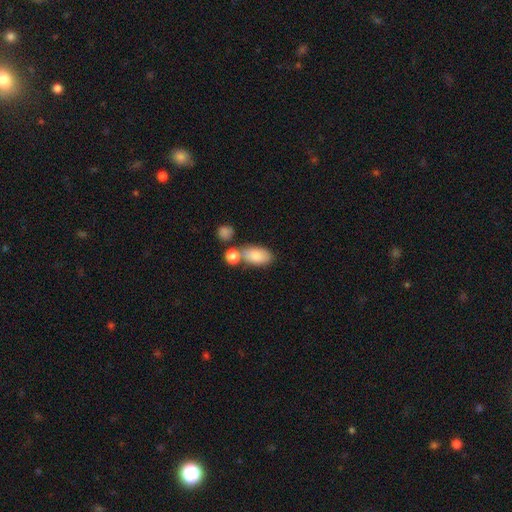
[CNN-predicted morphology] The model was most divided on "merging": none: 49%, merger: 30%, minor disturbance: 15%, major disturbance: 6%. More confident: how rounded — in between (91%); smooth or featured — smooth (82%).